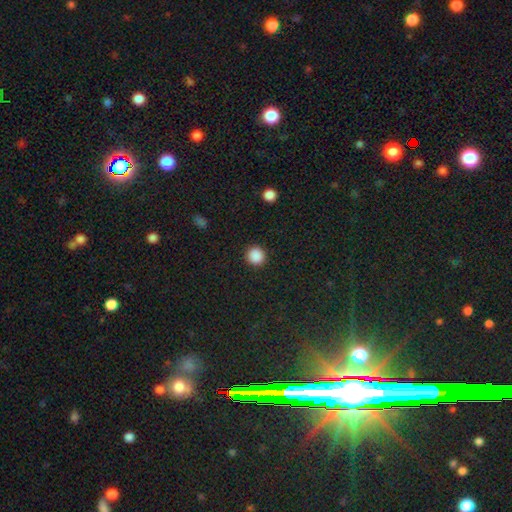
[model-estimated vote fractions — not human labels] This is clearly a smooth galaxy (88%). How rounded: clearly round (94%). Merging: clearly none (92%).